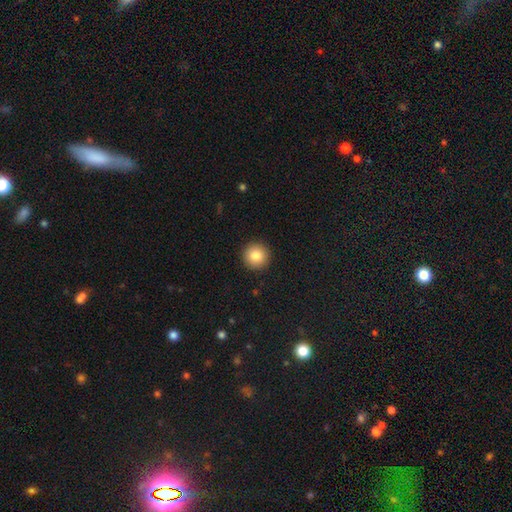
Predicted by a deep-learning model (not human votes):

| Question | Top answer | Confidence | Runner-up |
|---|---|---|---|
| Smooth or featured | smooth | 85% | star or artifact (9%) |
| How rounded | round | 96% | in between (3%) |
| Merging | none | 93% | minor disturbance (5%) |